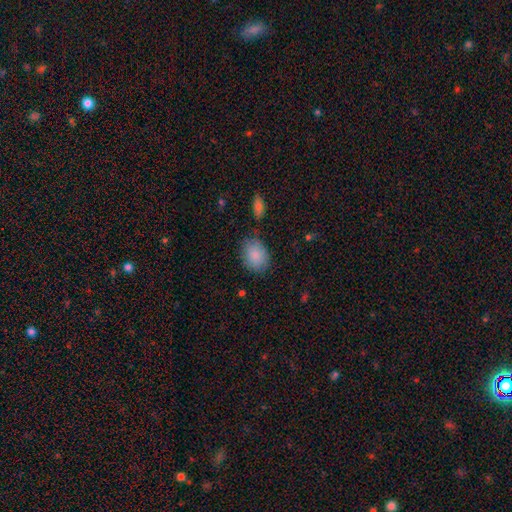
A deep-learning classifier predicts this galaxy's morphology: smooth_or_featured: smooth (p=0.87) [alt: star or artifact p=0.07]
how_rounded: in between (p=0.69) [alt: round p=0.30]
merging: none (p=0.75) [alt: minor disturbance p=0.16]